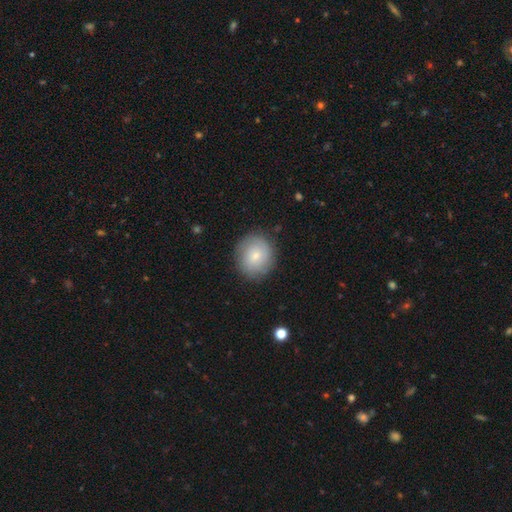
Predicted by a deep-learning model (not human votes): A smooth galaxy with no disk features (71%) that is round (81%).

Vote fractions:
- Smooth or featured? smooth: 71% / featured or disk: 22% / star or artifact: 8%
- How rounded? round: 81% / in between: 18% / cigar-shaped: 1%
- Merging? none: 85% / minor disturbance: 11% / major disturbance: 3% / merger: 1%